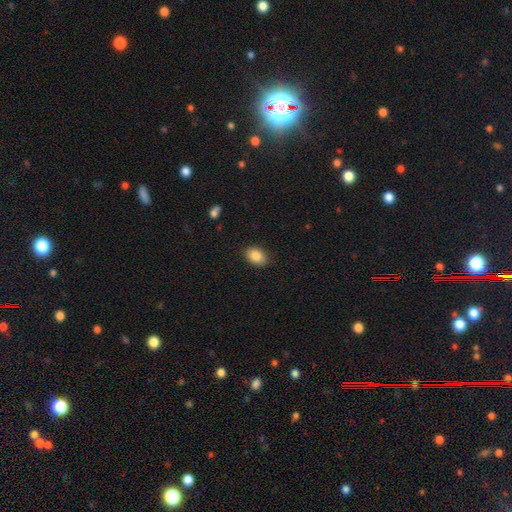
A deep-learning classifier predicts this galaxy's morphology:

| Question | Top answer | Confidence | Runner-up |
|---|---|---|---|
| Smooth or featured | smooth | 87% | star or artifact (8%) |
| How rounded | in between | 84% | round (15%) |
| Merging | none | 87% | minor disturbance (10%) |